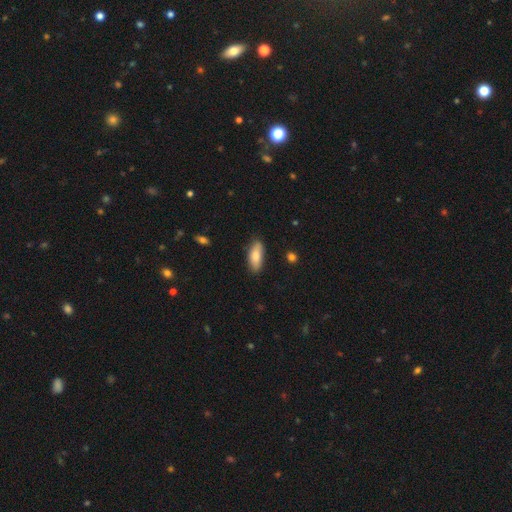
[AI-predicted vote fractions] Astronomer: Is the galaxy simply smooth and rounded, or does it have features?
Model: smooth — 82%.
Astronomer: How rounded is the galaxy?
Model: in between — 78%.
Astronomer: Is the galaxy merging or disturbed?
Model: none — 83%.